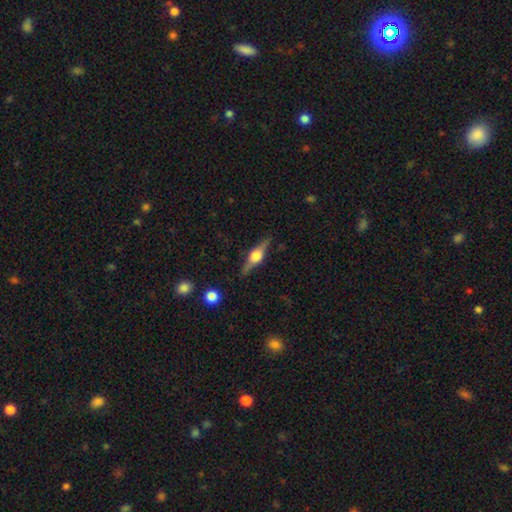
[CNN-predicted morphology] type=featured or disk (76%); edge-on=yes (97%); edge-on bulge=rounded (91%); merging=none (87%).